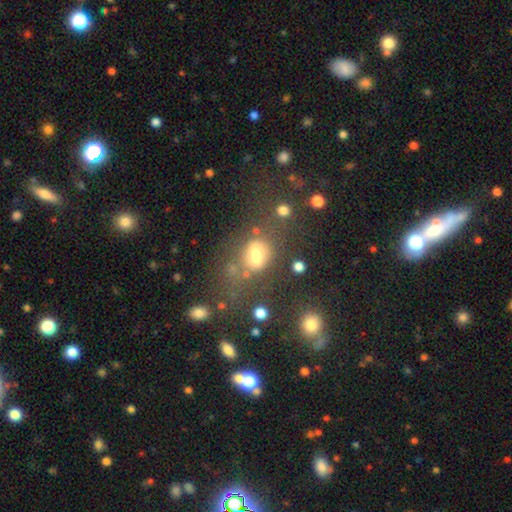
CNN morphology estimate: Q: Smooth or featured?
A: smooth (57%); runner-up: star or artifact (22%)
Q: How rounded?
A: in between (67%); runner-up: round (29%)
Q: Merging?
A: none (43%); runner-up: merger (21%)